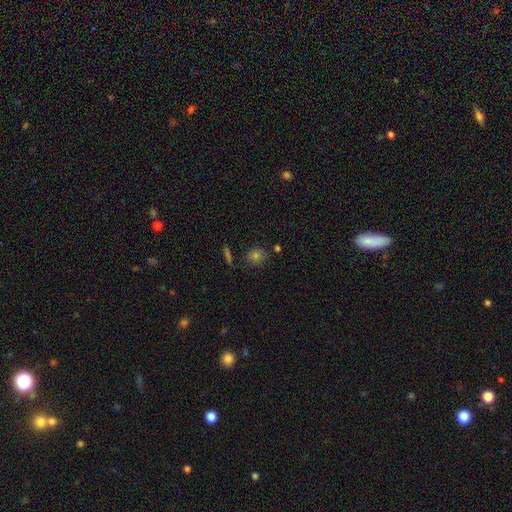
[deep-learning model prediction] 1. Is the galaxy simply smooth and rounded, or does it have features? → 73% smooth, 18% star or artifact, 9% featured or disk.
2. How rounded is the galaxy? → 84% round, 14% in between, 2% cigar-shaped.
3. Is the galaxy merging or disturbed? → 81% none, 10% minor disturbance, 6% merger, 3% major disturbance.